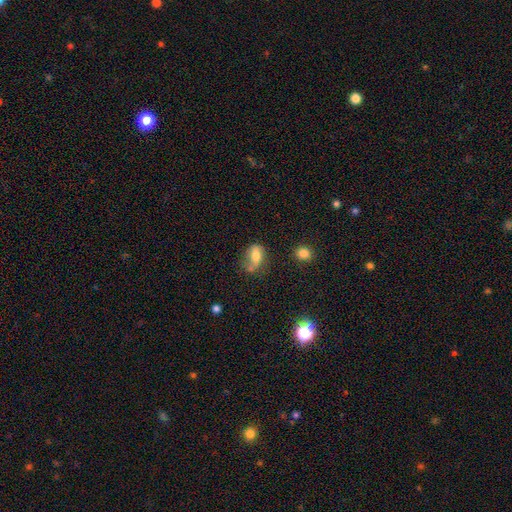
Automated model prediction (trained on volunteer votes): The model was most divided on "merging": none: 47%, minor disturbance: 28%, major disturbance: 14%, merger: 10%. More confident: how rounded — in between (78%); smooth or featured — smooth (62%).